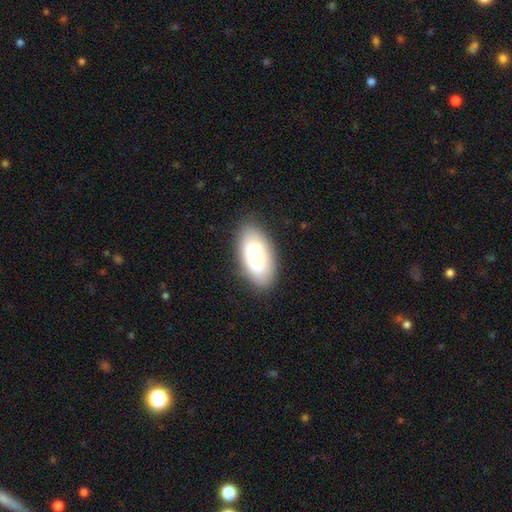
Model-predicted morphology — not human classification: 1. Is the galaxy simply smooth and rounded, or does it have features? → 75% smooth, 18% featured or disk, 7% star or artifact.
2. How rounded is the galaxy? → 94% in between, 3% cigar-shaped, 3% round.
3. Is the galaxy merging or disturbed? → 82% none, 13% minor disturbance, 3% major disturbance, 1% merger.